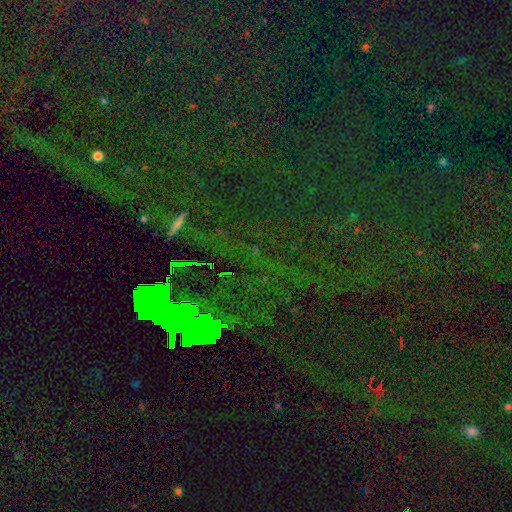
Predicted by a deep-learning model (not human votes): Smooth or featured?
  - star or artifact: 81% *
  - smooth: 10%
  - featured or disk: 9%